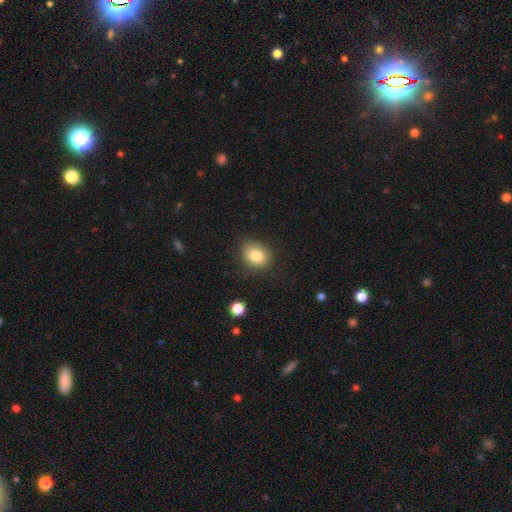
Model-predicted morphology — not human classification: smooth-or-featured: smooth: 83% | star or artifact: 9% | featured or disk: 8%
  how-rounded: in between: 56% | round: 44% | cigar-shaped: 1%
  merging: none: 82% | minor disturbance: 13% | major disturbance: 3% | merger: 2%